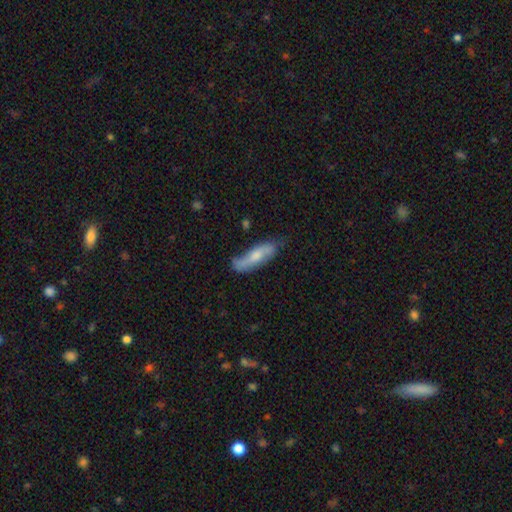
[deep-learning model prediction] Q: Smooth or featured?
A: smooth (50%); runner-up: featured or disk (44%)
Q: Merging?
A: none (65%); runner-up: minor disturbance (26%)